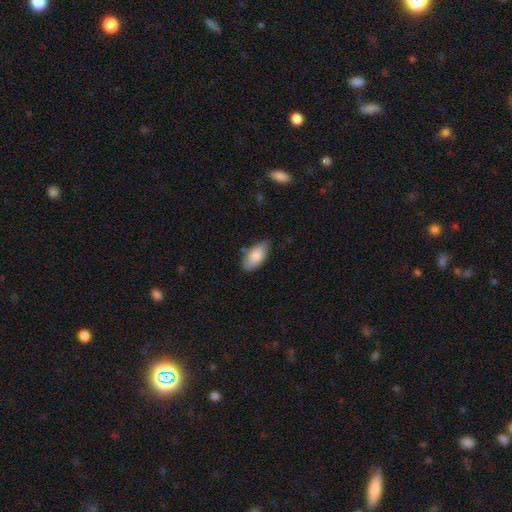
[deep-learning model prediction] Smooth or featured: smooth — 83% (featured or disk — 11%)
How rounded: in between — 94% (cigar-shaped — 4%)
Merging: none — 70% (minor disturbance — 24%)